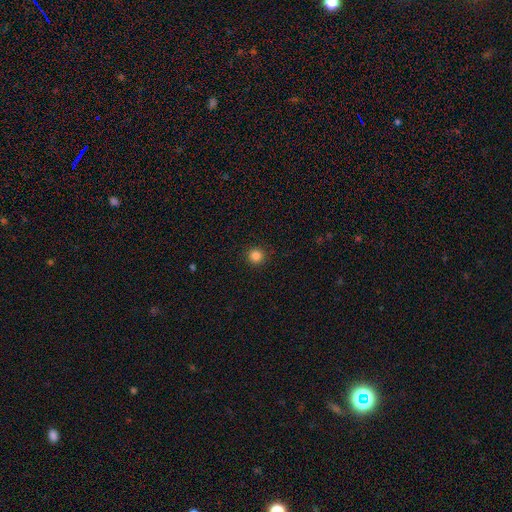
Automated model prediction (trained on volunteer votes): This is clearly a smooth galaxy (84%). How rounded: clearly round (95%). Merging: clearly none (92%).